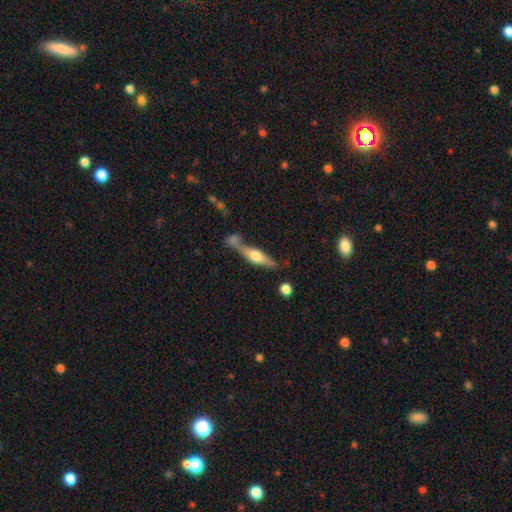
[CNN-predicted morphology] Smooth or featured? featured or disk (59%)
Edge-on disk? yes (91%)
Edge-on bulge? rounded (88%)
Merging? none (54%)